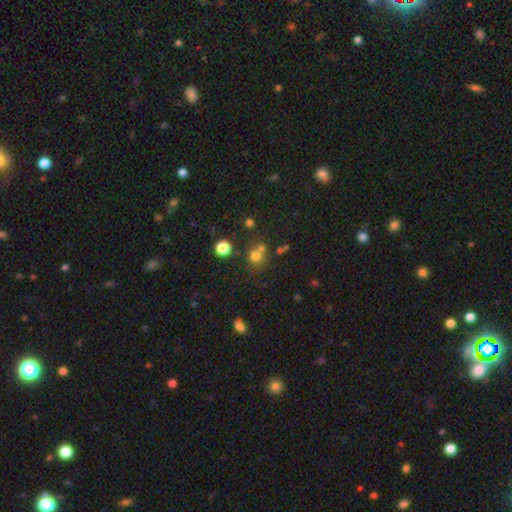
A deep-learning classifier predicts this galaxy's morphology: Q: Smooth or featured?
A: smooth (70%); runner-up: star or artifact (20%)
Q: How rounded?
A: round (86%); runner-up: in between (13%)
Q: Merging?
A: none (57%); runner-up: merger (30%)